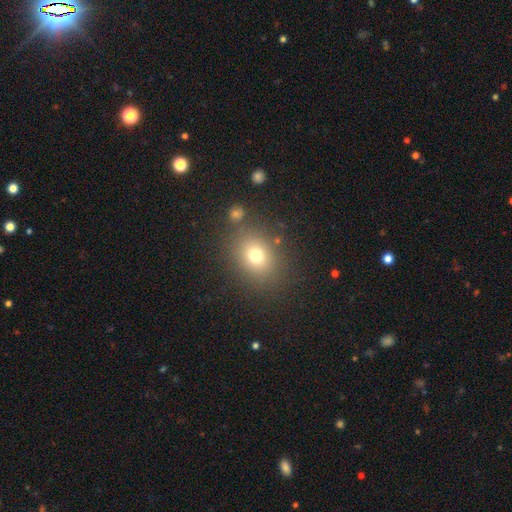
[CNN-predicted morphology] A smooth galaxy with no disk features (74%) that is round (56%).

Vote fractions:
- Smooth or featured? smooth: 74% / star or artifact: 16% / featured or disk: 11%
- How rounded? round: 56% / in between: 43% / cigar-shaped: 1%
- Merging? none: 81% / minor disturbance: 10% / major disturbance: 5% / merger: 5%